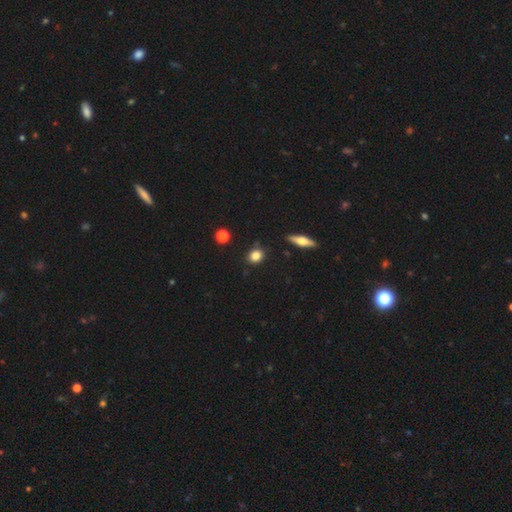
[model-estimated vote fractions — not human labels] Smooth or featured? Predicted: smooth (p=0.83). How rounded? Predicted: round (p=0.65). Merging? Predicted: none (p=0.83).